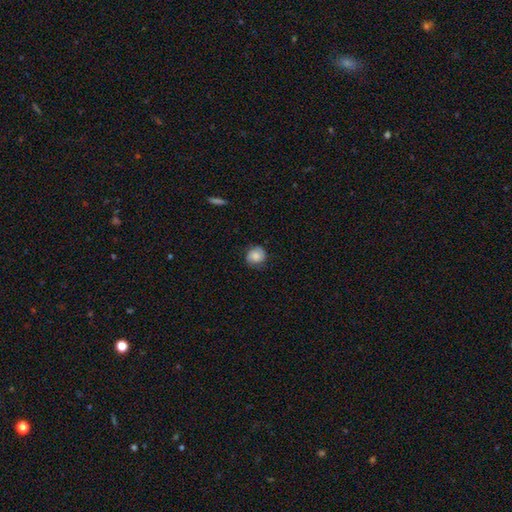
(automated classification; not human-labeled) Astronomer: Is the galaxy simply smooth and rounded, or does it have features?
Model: smooth — 73%.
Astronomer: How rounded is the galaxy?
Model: round — 84%.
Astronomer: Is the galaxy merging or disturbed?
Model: none — 76%.